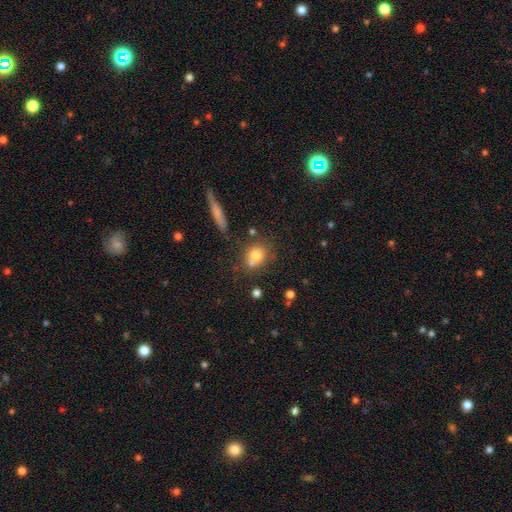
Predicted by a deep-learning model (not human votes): Smooth or featured? Predicted: smooth (p=0.74). How rounded? Predicted: round (p=0.75). Merging? Predicted: none (p=0.57).